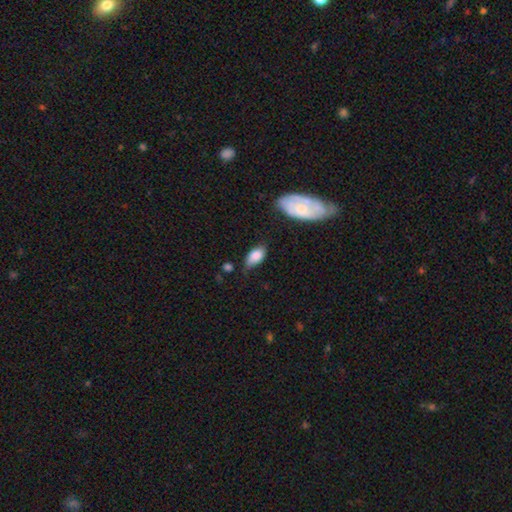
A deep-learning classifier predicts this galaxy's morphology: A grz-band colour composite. It shows a smooth galaxy with no disk features (82%) that is in between round and cigar-shaped (91%). Merging: none (48%).